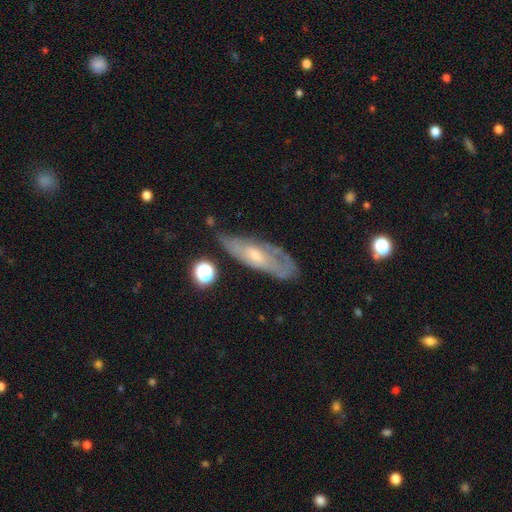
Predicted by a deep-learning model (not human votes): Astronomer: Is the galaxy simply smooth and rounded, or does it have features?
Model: featured or disk — 61%.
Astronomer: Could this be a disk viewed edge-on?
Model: no — 73%.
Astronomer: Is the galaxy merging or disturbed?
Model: none — 59%.